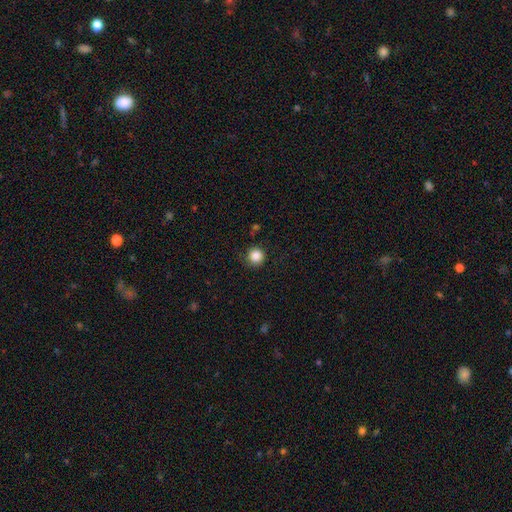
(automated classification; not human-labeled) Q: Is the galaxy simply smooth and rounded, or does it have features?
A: smooth — 86%.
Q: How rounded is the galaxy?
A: round — 94%.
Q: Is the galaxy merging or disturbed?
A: none — 85%.